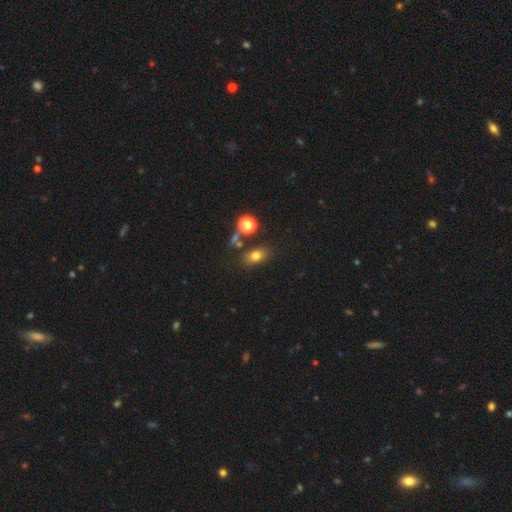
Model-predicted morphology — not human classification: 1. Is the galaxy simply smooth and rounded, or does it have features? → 74% smooth, 14% star or artifact, 12% featured or disk.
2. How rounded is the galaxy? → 74% in between, 23% round, 3% cigar-shaped.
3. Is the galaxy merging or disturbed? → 72% none, 13% minor disturbance, 11% merger, 5% major disturbance.